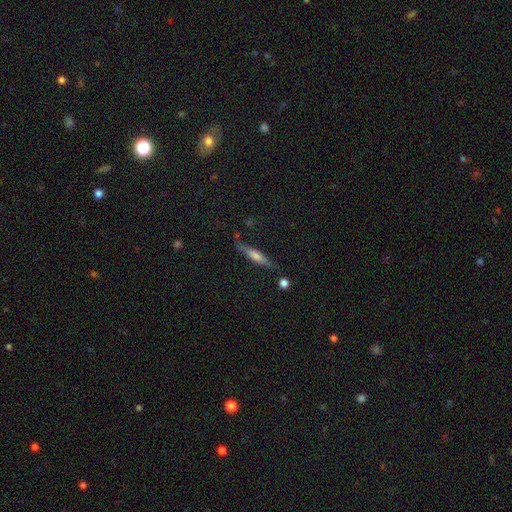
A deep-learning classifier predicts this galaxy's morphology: Smooth or featured?
  - featured or disk: 50% *
  - smooth: 42%
  - star or artifact: 8%
Merging?
  - none: 80% *
  - minor disturbance: 14%
  - merger: 4%
  - major disturbance: 3%